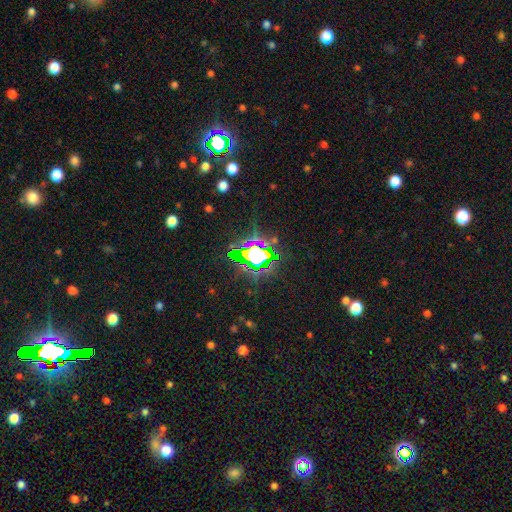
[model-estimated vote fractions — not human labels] smooth-or-featured: star or artifact: 59% | smooth: 21% | featured or disk: 19%